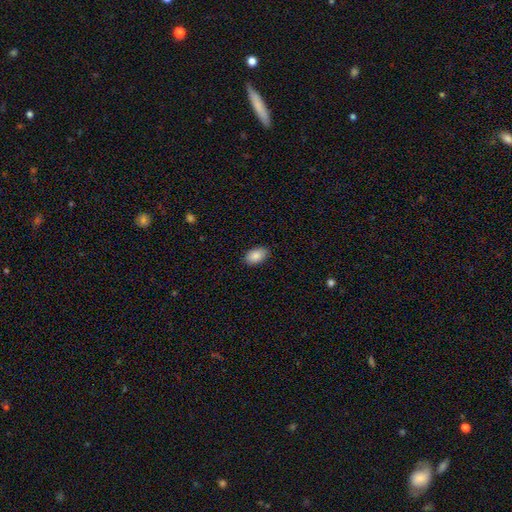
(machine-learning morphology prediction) A smooth galaxy with no disk features (88%) that is in between round and cigar-shaped (92%).

Vote fractions:
- Smooth or featured? smooth: 88% / star or artifact: 7% / featured or disk: 5%
- How rounded? in between: 92% / round: 7% / cigar-shaped: 1%
- Merging? none: 87% / minor disturbance: 10% / major disturbance: 2% / merger: 1%